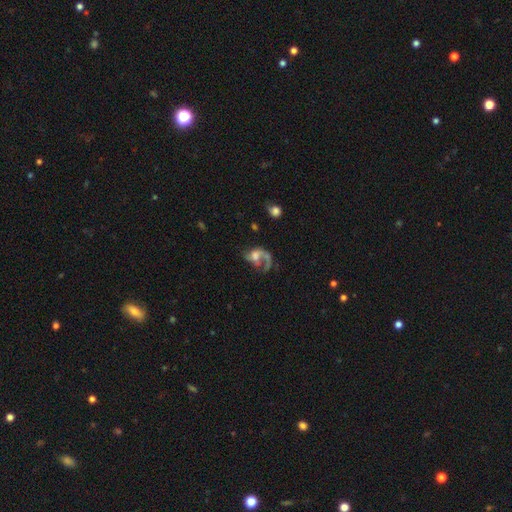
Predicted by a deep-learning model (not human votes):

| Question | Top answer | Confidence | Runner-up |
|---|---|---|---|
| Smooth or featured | featured or disk | 70% | smooth (21%) |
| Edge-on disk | no | 97% | yes (3%) |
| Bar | no | 68% | weak (26%) |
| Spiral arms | yes | 79% | no (21%) |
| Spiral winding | loose | 62% | medium (29%) |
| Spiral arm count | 1 | 72% | 2 (19%) |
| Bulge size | moderate | 40% | small (22%) |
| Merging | major disturbance | 47% | none (28%) |